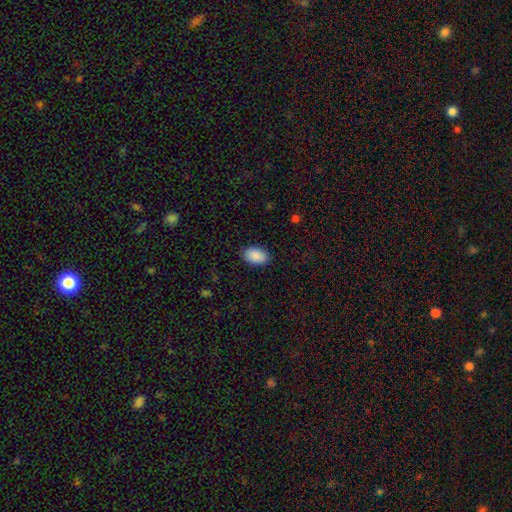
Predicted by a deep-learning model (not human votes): The model was most divided on "merging": none: 88%, minor disturbance: 9%, major disturbance: 2%, merger: 1%. More confident: how rounded — in between (93%); smooth or featured — smooth (91%).